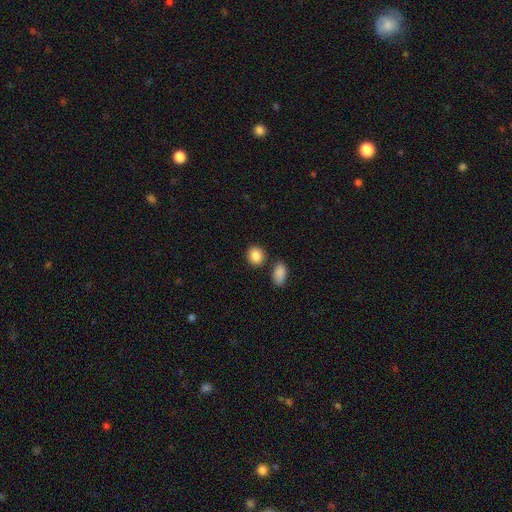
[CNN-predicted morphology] A smooth galaxy with no disk features (88%) that is round (64%).

Vote fractions:
- Smooth or featured? smooth: 88% / star or artifact: 8% / featured or disk: 4%
- How rounded? round: 64% / in between: 34% / cigar-shaped: 1%
- Merging? none: 79% / minor disturbance: 10% / merger: 9% / major disturbance: 3%